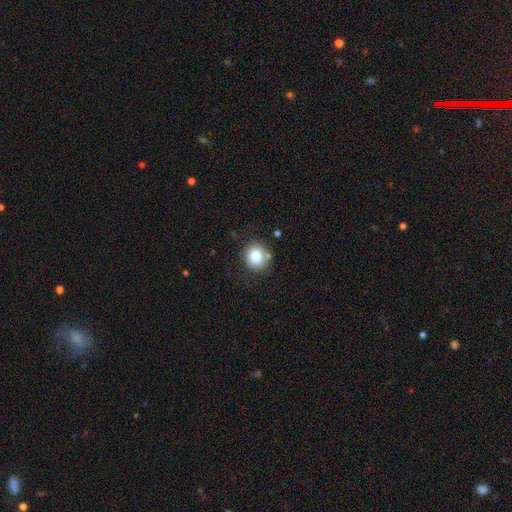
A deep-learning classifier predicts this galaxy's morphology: Smooth or featured? smooth (83%)
How rounded? round (80%)
Merging? none (79%)